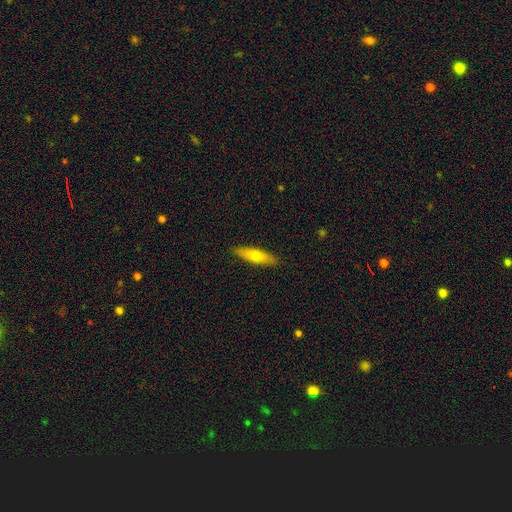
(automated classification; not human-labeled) Smooth or featured: smooth — 62% (featured or disk — 32%)
How rounded: cigar-shaped — 69% (in between — 29%)
Merging: none — 89% (minor disturbance — 8%)